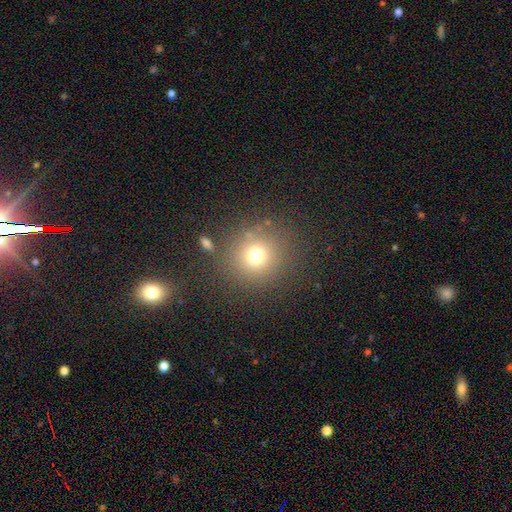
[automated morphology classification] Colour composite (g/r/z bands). It shows a smooth galaxy with no disk features (72%) that is round (90%). Merging: none (82%).